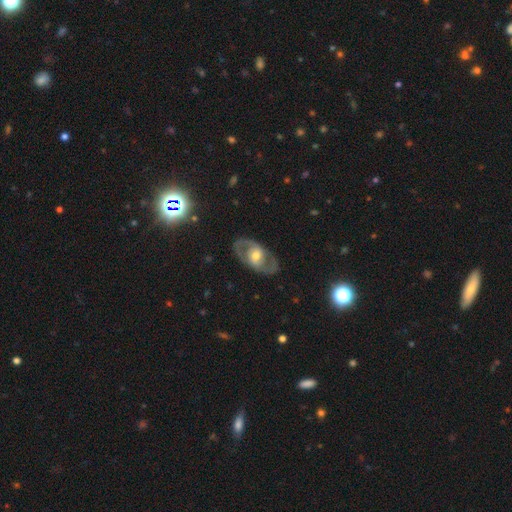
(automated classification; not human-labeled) Q: Smooth or featured?
A: featured or disk (75%); runner-up: smooth (20%)
Q: Edge-on disk?
A: no (92%); runner-up: yes (8%)
Q: Bar?
A: no (55%); runner-up: weak (32%)
Q: Spiral arms?
A: yes (67%); runner-up: no (33%)
Q: Bulge size?
A: moderate (65%); runner-up: small (18%)
Q: Merging?
A: none (80%); runner-up: minor disturbance (12%)